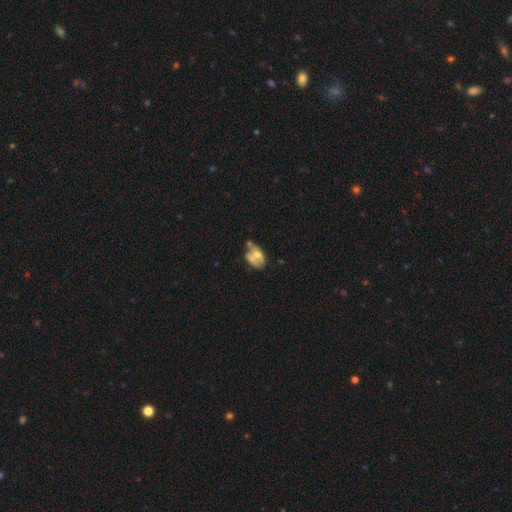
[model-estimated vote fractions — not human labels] This appears to be a smooth galaxy with no disk features (46%). Merging: merger (31%).